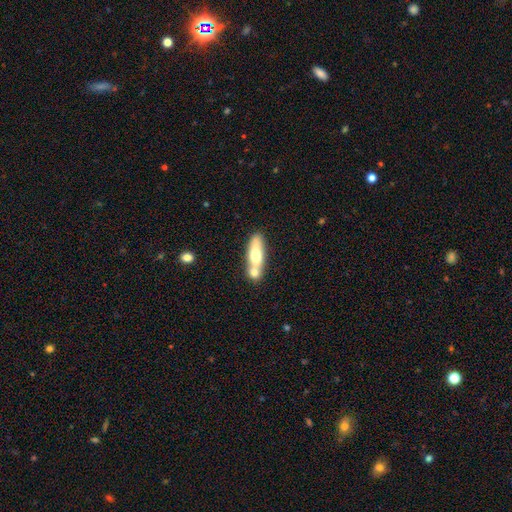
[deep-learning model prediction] Smooth or featured?
  - smooth: 60% *
  - featured or disk: 34%
  - star or artifact: 6%
How rounded?
  - in between: 52% *
  - cigar-shaped: 44%
  - round: 4%
Merging?
  - merger: 44% *
  - none: 41%
  - minor disturbance: 11%
  - major disturbance: 4%